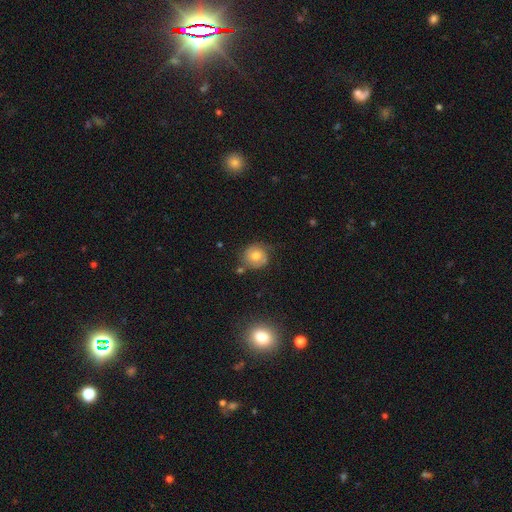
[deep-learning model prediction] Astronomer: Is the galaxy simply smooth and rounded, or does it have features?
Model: featured or disk — 48% (runner-up: smooth, 42%).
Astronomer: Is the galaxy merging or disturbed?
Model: none — 65%.